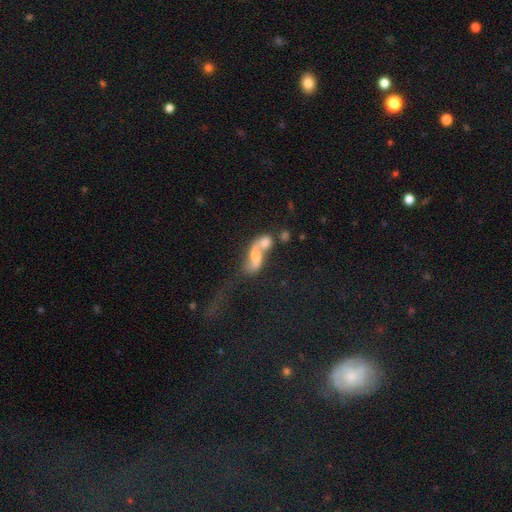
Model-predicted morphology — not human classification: Smooth or featured? Predicted: featured or disk (p=0.54). Edge-on disk? Predicted: no (p=0.89). Merging? Predicted: merger (p=0.66).